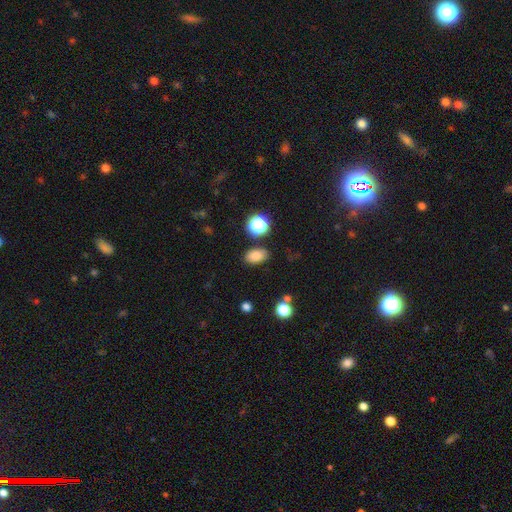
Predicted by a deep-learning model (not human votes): A smooth galaxy with no disk features (81%) that is in between round and cigar-shaped (85%).

Vote fractions:
- Smooth or featured? smooth: 81% / star or artifact: 12% / featured or disk: 7%
- How rounded? in between: 85% / round: 13% / cigar-shaped: 2%
- Merging? none: 84% / minor disturbance: 10% / merger: 4% / major disturbance: 3%